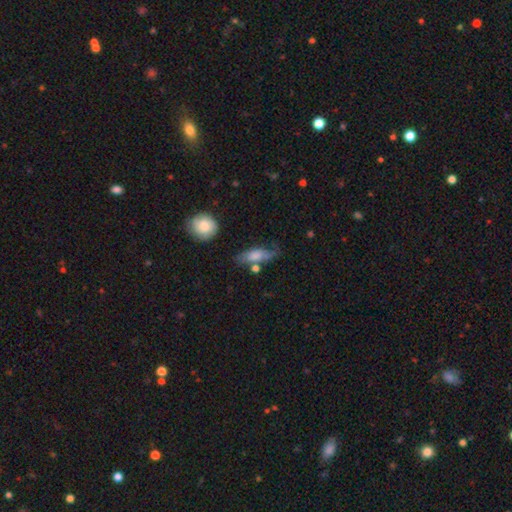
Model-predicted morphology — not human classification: type=smooth (62%); roundness=in between (70%); merging=none (45%).